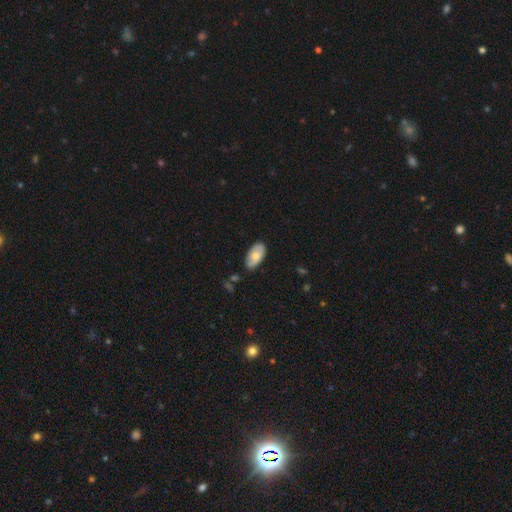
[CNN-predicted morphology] type=smooth (69%); roundness=in between (95%); merging=none (78%).